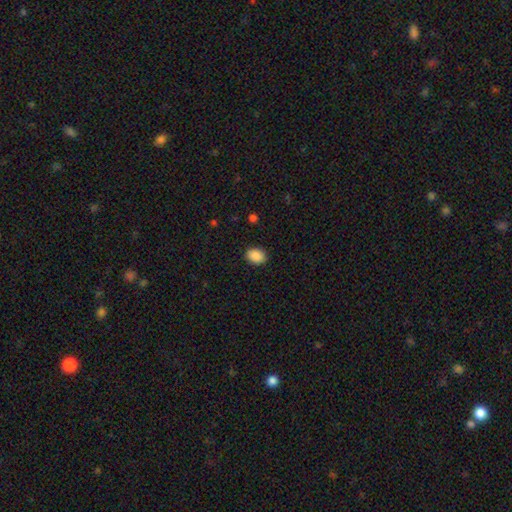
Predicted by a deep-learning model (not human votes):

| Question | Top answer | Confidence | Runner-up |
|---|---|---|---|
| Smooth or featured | smooth | 89% | star or artifact (8%) |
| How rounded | in between | 70% | round (29%) |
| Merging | none | 89% | minor disturbance (8%) |